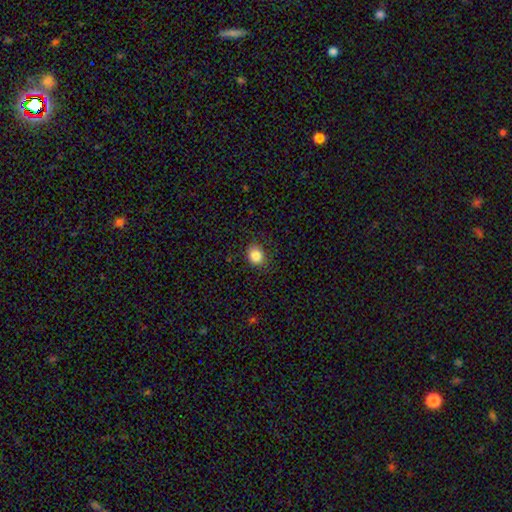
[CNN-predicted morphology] smooth_or_featured: smooth (p=0.86) [alt: star or artifact p=0.10]
how_rounded: round (p=0.65) [alt: in between p=0.34]
merging: none (p=0.83) [alt: minor disturbance p=0.13]